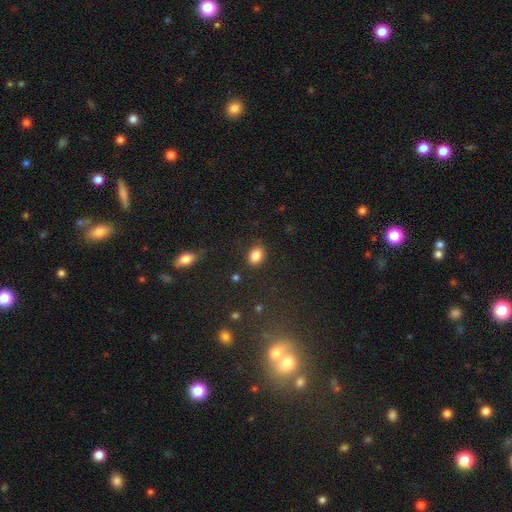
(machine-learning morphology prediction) Q: Smooth or featured?
A: smooth (85%); runner-up: star or artifact (9%)
Q: How rounded?
A: in between (68%); runner-up: round (30%)
Q: Merging?
A: none (81%); runner-up: minor disturbance (13%)